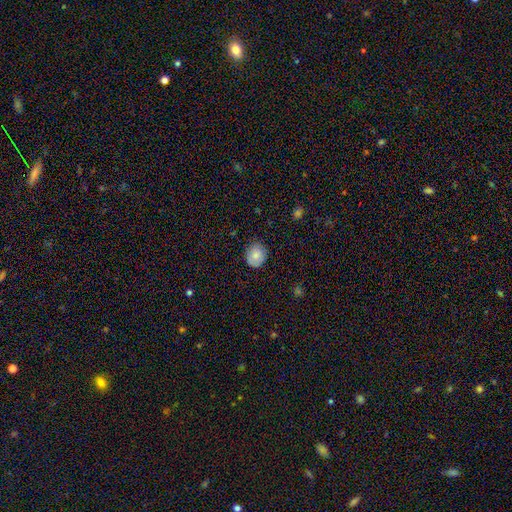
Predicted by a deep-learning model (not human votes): Smooth or featured? smooth (80%)
How rounded? round (66%)
Merging? none (81%)